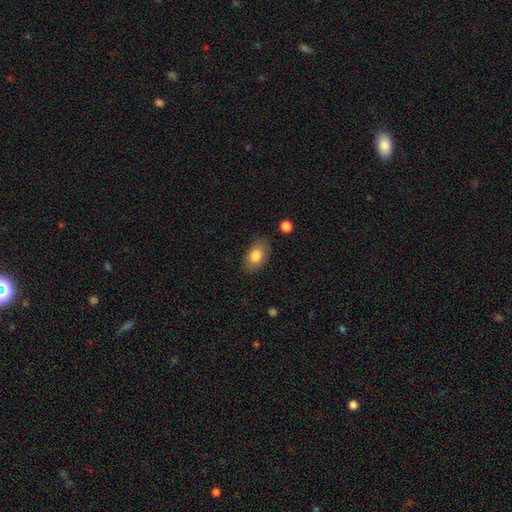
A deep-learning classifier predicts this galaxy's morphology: This is clearly a smooth galaxy (81%). How rounded: clearly in between (90%). Merging: clearly none (82%).